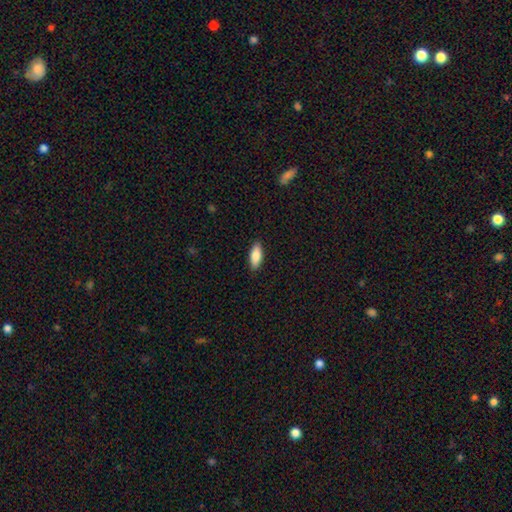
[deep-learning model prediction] The model was most divided on "how rounded": in between: 78%, cigar-shaped: 20%, round: 2%. More confident: merging — none (89%); smooth or featured — smooth (86%).